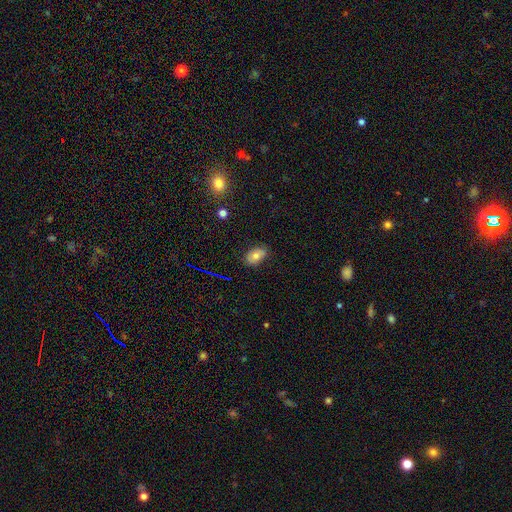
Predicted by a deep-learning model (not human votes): smooth 71%, featured or disk 16%, star or artifact 13%. Down the decision tree: how rounded — in between (87%); merging — none (79%).